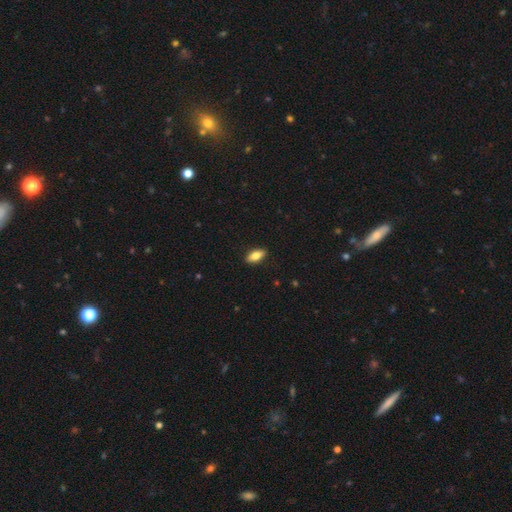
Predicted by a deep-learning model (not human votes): smooth-or-featured: smooth: 77% | featured or disk: 16% | star or artifact: 7%
  how-rounded: in between: 83% | cigar-shaped: 14% | round: 3%
  merging: none: 89% | minor disturbance: 8% | major disturbance: 2% | merger: 1%